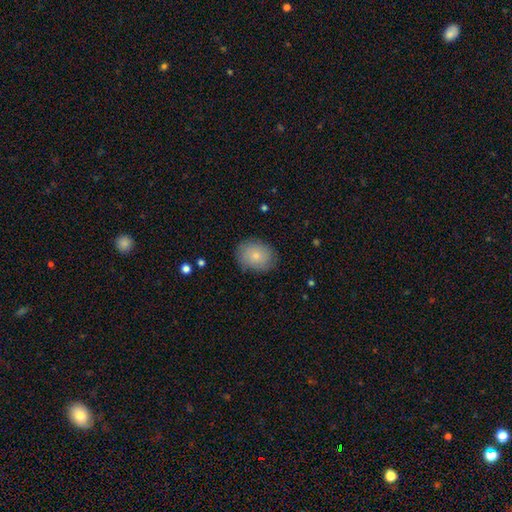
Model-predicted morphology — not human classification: Q: Smooth or featured?
A: smooth (79%); runner-up: featured or disk (13%)
Q: How rounded?
A: in between (56%); runner-up: round (43%)
Q: Merging?
A: none (81%); runner-up: minor disturbance (14%)